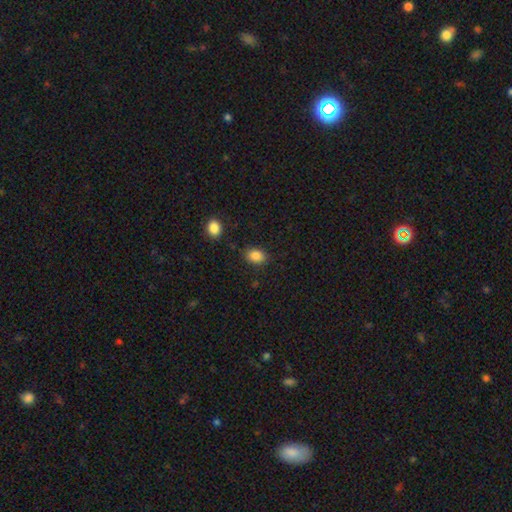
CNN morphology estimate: smooth_or_featured: smooth (p=0.86) [alt: star or artifact p=0.09]
how_rounded: in between (p=0.73) [alt: round p=0.25]
merging: none (p=0.83) [alt: minor disturbance p=0.11]